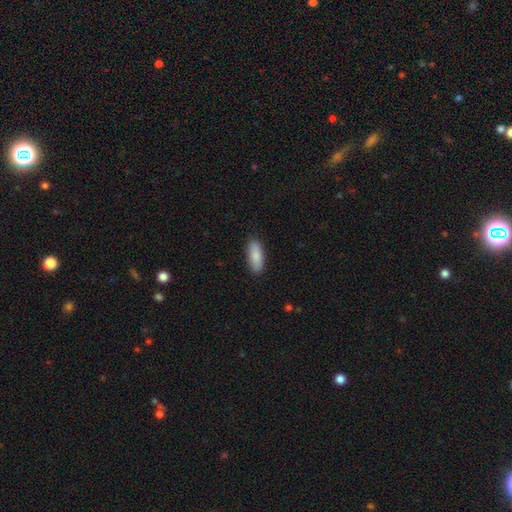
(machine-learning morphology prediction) Smooth or featured? Predicted: smooth (p=0.87). How rounded? Predicted: in between (p=0.77). Merging? Predicted: none (p=0.88).